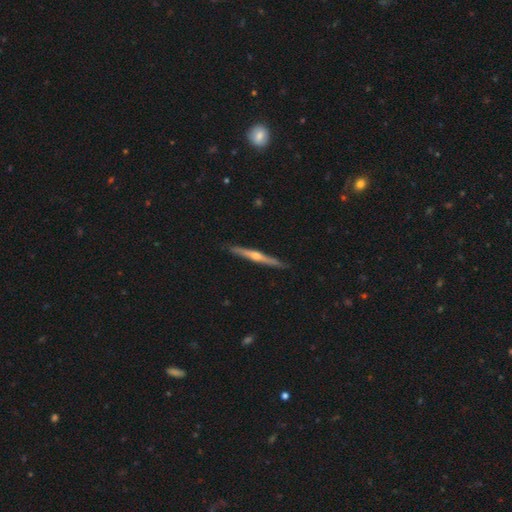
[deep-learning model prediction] A featured or disk galaxy (78%) viewed edge-on (98%) with a rounded central bulge (89%). Merging: none (91%).